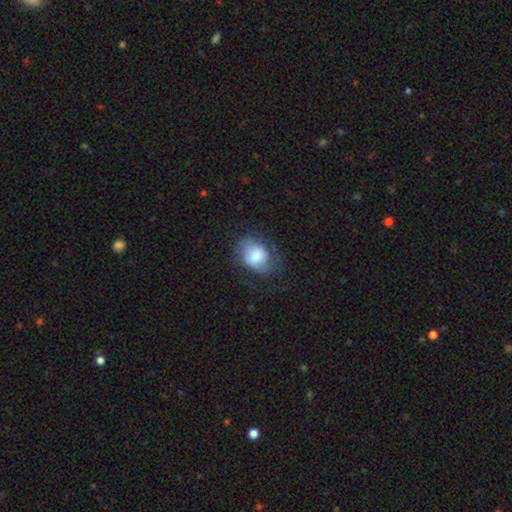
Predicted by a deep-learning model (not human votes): Smooth or featured?
  - smooth: 61% *
  - featured or disk: 31%
  - star or artifact: 8%
How rounded?
  - in between: 63% *
  - round: 36%
  - cigar-shaped: 1%
Merging?
  - none: 50% *
  - minor disturbance: 26%
  - major disturbance: 23%
  - merger: 1%